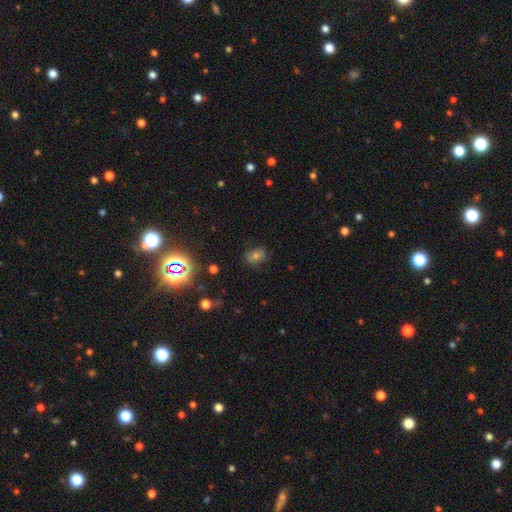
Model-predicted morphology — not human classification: Overall: smooth (54%; star or artifact 32%). How rounded: in between (70%). Merging: none (79%).